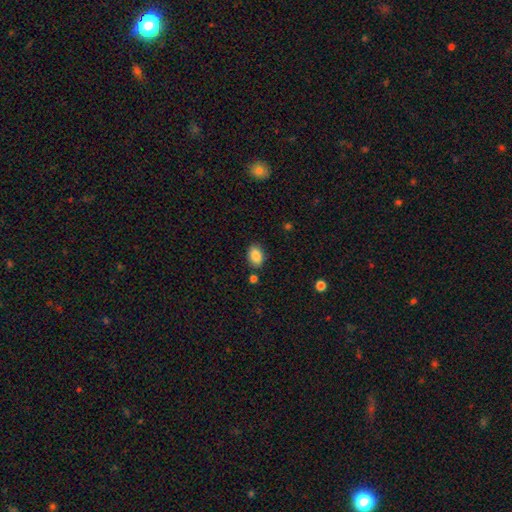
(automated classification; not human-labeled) smooth-or-featured: smooth: 87% | star or artifact: 8% | featured or disk: 5%
  how-rounded: in between: 85% | round: 14% | cigar-shaped: 1%
  merging: none: 82% | minor disturbance: 11% | merger: 4% | major disturbance: 3%